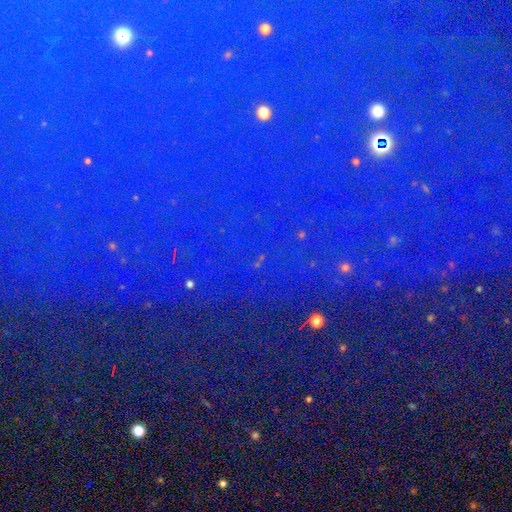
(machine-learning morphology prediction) smooth-or-featured: star or artifact: 84% | smooth: 9% | featured or disk: 7%